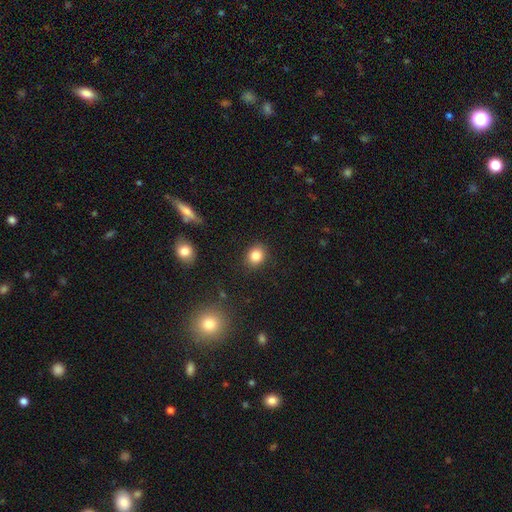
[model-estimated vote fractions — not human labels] Smooth or featured: smooth — 84% (star or artifact — 11%)
How rounded: round — 63% (in between — 35%)
Merging: none — 88% (minor disturbance — 8%)